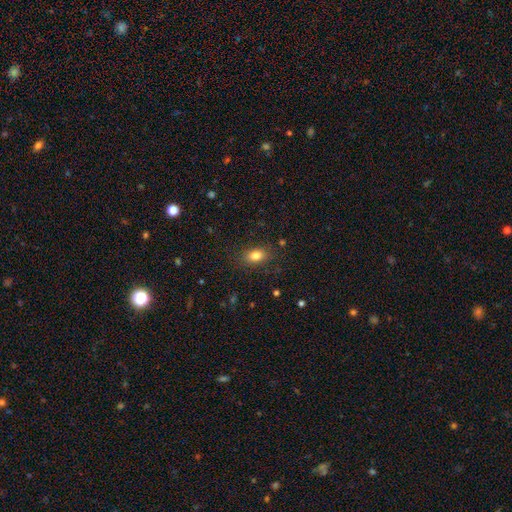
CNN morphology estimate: Overall: smooth (82%). How rounded: in between (83%). Merging: none (84%).